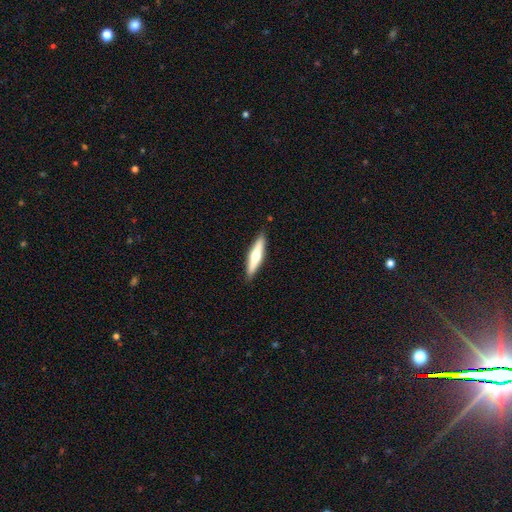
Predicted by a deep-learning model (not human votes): This appears to be a featured or disk galaxy (49%). Merging: none (89%).